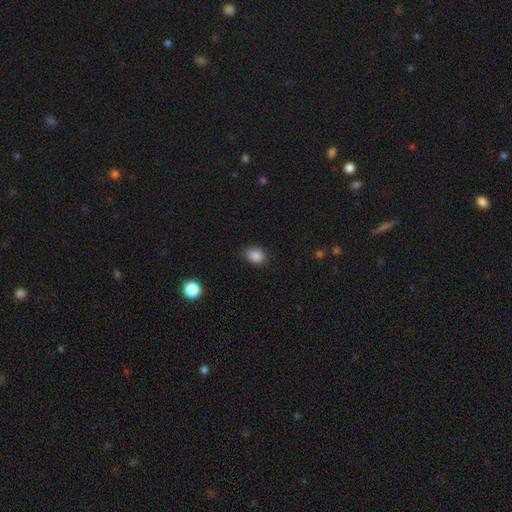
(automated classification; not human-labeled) This appears to be a smooth galaxy with no disk features (86%) that is in between round and cigar-shaped (59%). Merging: none (82%).